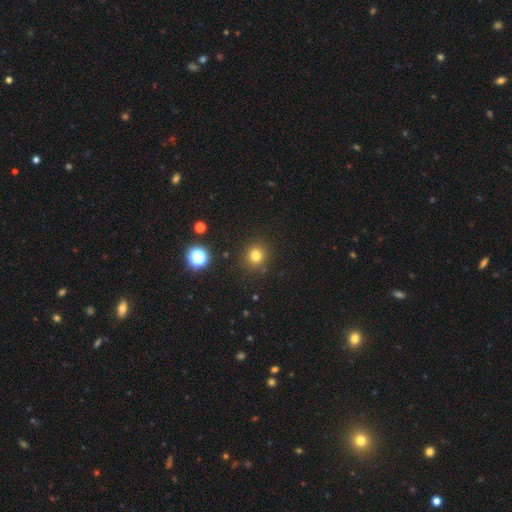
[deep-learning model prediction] Smooth or featured: smooth — 78% (star or artifact — 16%)
How rounded: round — 90% (in between — 9%)
Merging: none — 88% (minor disturbance — 7%)